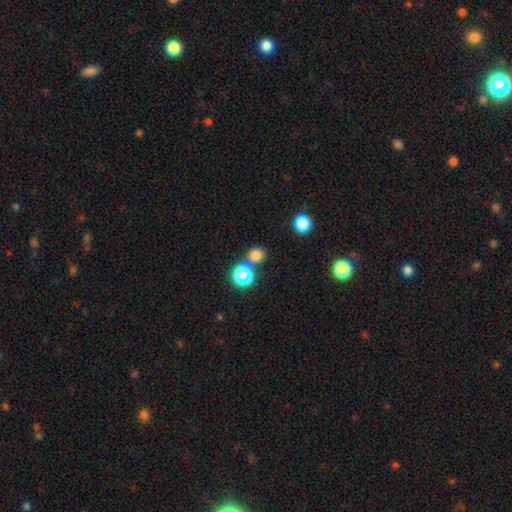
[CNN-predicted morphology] The model was most divided on "merging": none: 69%, merger: 20%, minor disturbance: 8%, major disturbance: 3%. More confident: how rounded — round (83%); smooth or featured — smooth (76%).